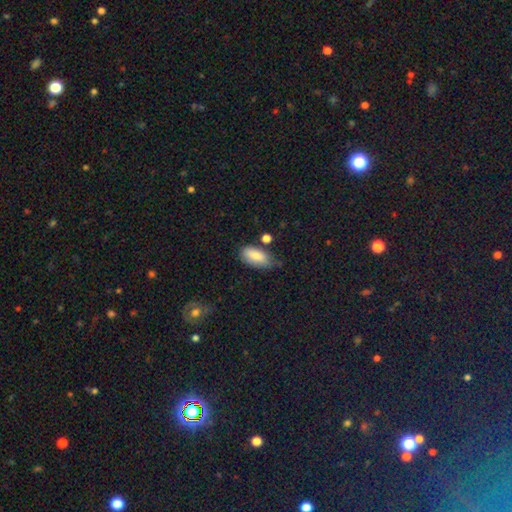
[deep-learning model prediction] Smooth or featured?
  - smooth: 83% *
  - featured or disk: 10%
  - star or artifact: 7%
How rounded?
  - in between: 89% *
  - cigar-shaped: 8%
  - round: 3%
Merging?
  - none: 60% *
  - minor disturbance: 28%
  - merger: 6%
  - major disturbance: 6%